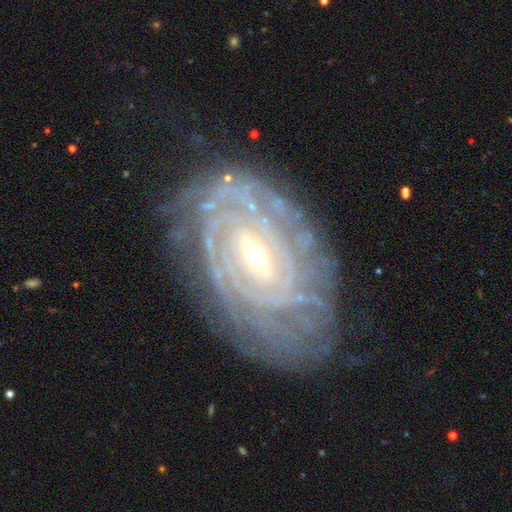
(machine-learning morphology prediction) Overall: featured or disk (88%). Edge-on disk: no (95%). Bar: weak (46%; strong 31%). Spiral arms: yes (95%). Spiral arm count: can't tell (42%; more than 4 14%). Spiral winding: tight (86%). Bulge size: small (51%; moderate 44%). Merging: none (78%).